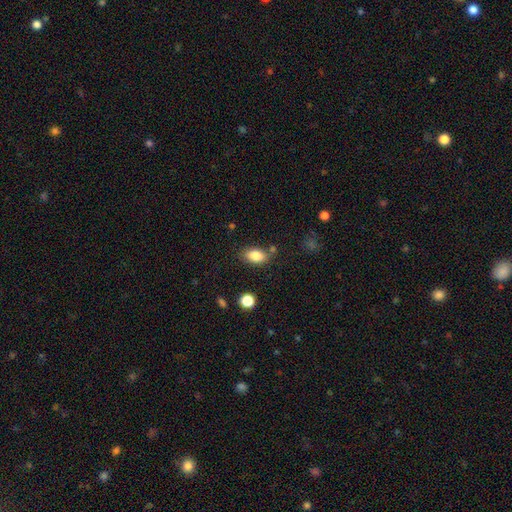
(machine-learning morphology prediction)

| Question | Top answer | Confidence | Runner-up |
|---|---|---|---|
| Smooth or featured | smooth | 84% | star or artifact (8%) |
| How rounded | in between | 90% | round (8%) |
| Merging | none | 77% | minor disturbance (14%) |